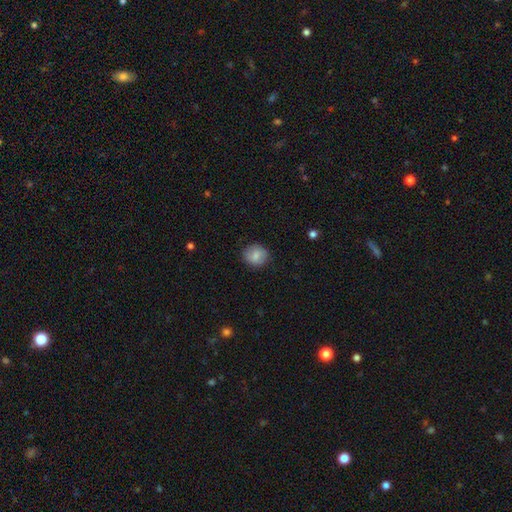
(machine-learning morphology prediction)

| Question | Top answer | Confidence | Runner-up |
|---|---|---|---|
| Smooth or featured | smooth | 79% | featured or disk (13%) |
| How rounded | round | 81% | in between (18%) |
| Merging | none | 86% | minor disturbance (10%) |